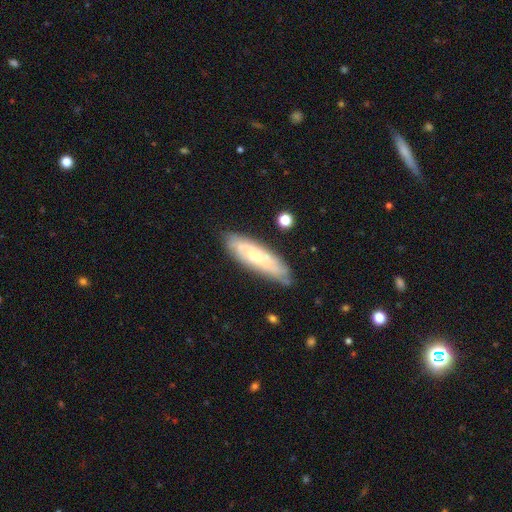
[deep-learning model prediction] This appears to be a featured or disk galaxy (56%). Merging: none (76%).